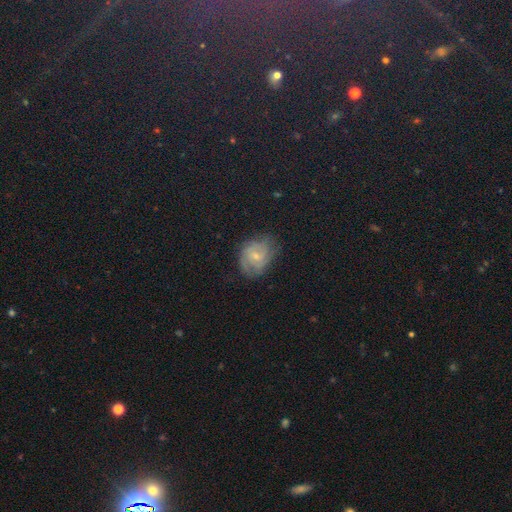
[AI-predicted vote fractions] Smooth or featured? featured or disk (58%)
Edge-on disk? no (97%)
Bar? no (50%)
Spiral arms? yes (84%)
Bulge size? small (59%)
Merging? none (62%)